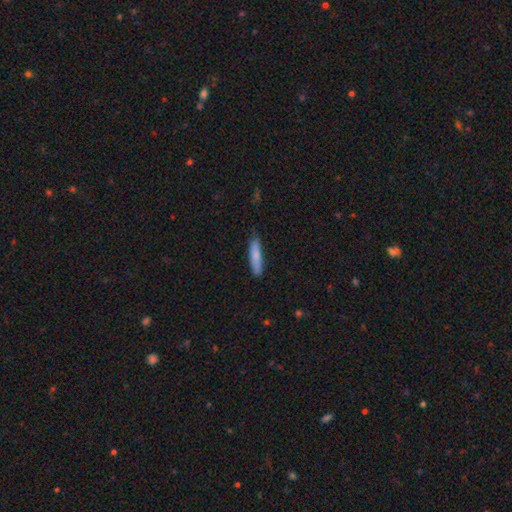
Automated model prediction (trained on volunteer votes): Smooth or featured? smooth (81%)
How rounded? cigar-shaped (82%)
Merging? none (80%)